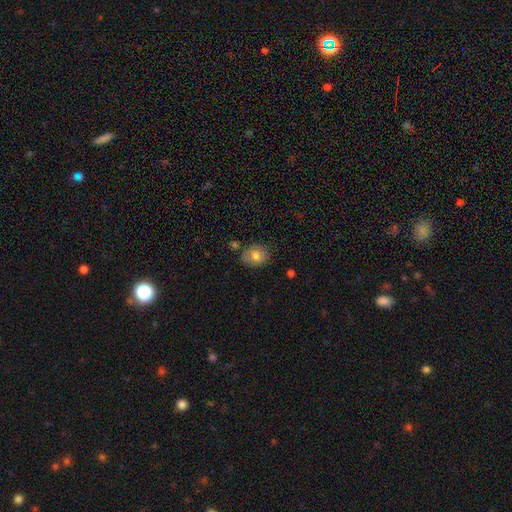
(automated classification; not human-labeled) Smooth or featured: smooth — 77% (featured or disk — 14%)
How rounded: round — 52% (in between — 48%)
Merging: none — 77% (minor disturbance — 15%)